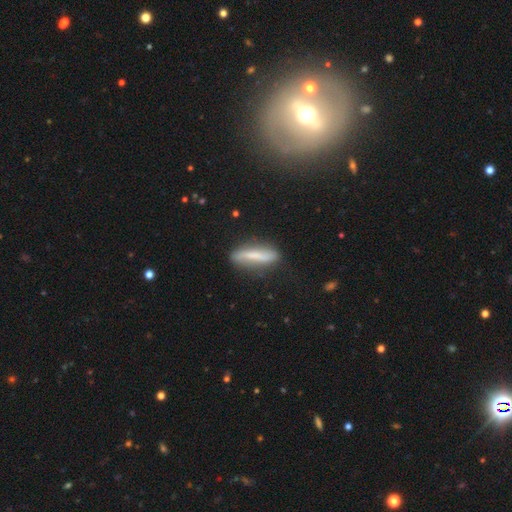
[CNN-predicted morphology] A smooth galaxy with no disk features (51%) that is cigar-shaped (76%).

Vote fractions:
- Smooth or featured? smooth: 51% / featured or disk: 41% / star or artifact: 8%
- How rounded? cigar-shaped: 76% / in between: 21% / round: 2%
- Merging? none: 78% / minor disturbance: 15% / major disturbance: 4% / merger: 2%